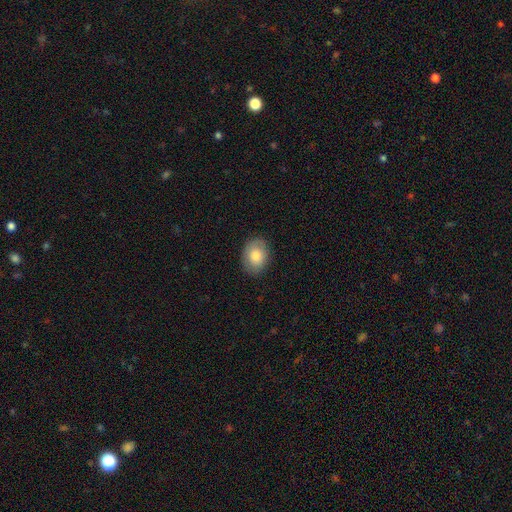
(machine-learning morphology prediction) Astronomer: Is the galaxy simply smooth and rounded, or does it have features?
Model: smooth — 79%.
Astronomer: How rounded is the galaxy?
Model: in between — 69%.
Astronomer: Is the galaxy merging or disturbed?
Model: none — 85%.